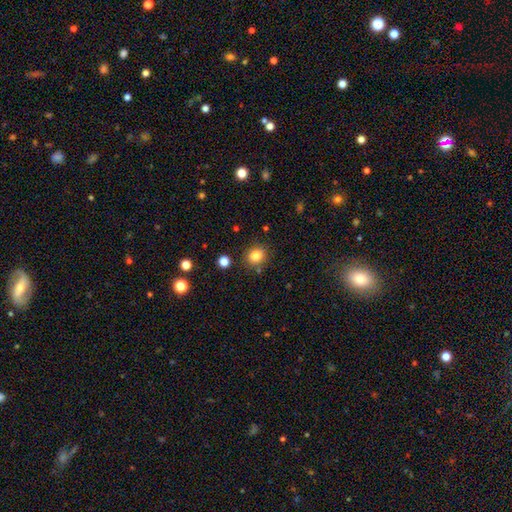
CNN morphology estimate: Q: Smooth or featured?
A: smooth (84%); runner-up: star or artifact (11%)
Q: How rounded?
A: round (74%); runner-up: in between (25%)
Q: Merging?
A: none (84%); runner-up: minor disturbance (9%)